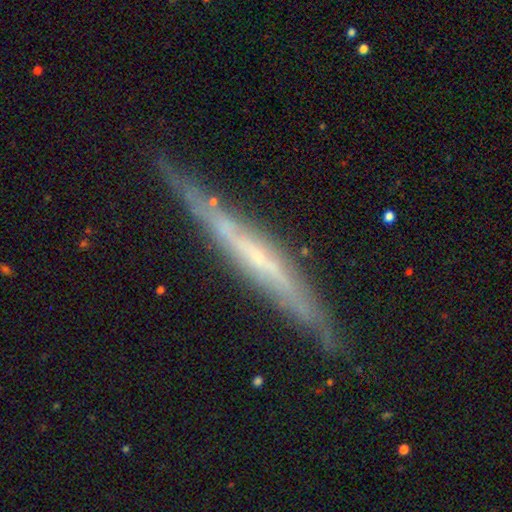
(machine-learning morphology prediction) featured or disk 73%, smooth 20%, star or artifact 8%. Down the decision tree: edge-on disk — yes (91%); edge-on bulge — none (76%); merging — none (79%).